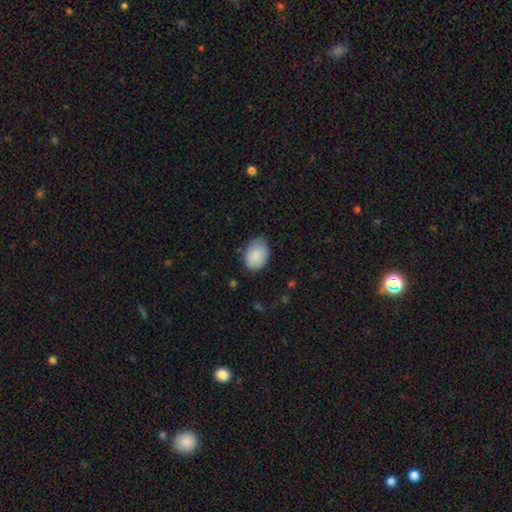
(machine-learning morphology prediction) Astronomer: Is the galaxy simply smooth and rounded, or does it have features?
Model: smooth — 88%.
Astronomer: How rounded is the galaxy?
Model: in between — 79%.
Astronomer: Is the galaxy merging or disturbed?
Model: none — 78%.